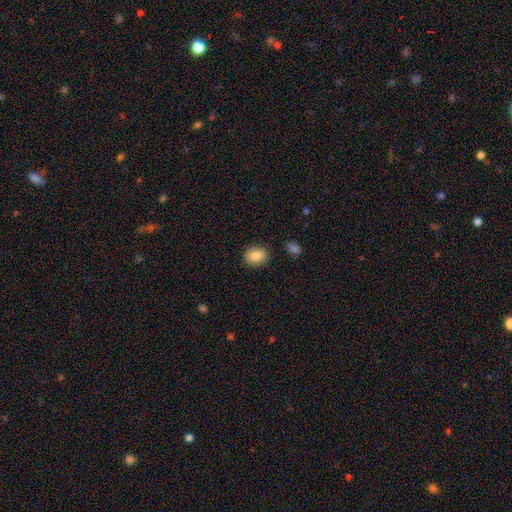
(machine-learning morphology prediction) Smooth or featured? smooth (85%)
How rounded? in between (59%)
Merging? none (87%)